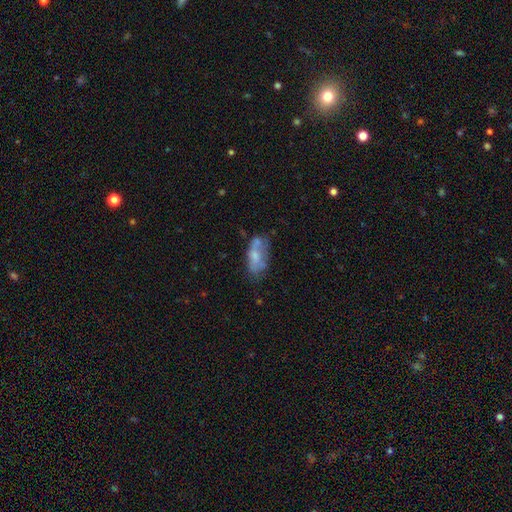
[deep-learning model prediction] A smooth galaxy with no disk features (52%) that is in between round and cigar-shaped (84%). Merging: none (41%).